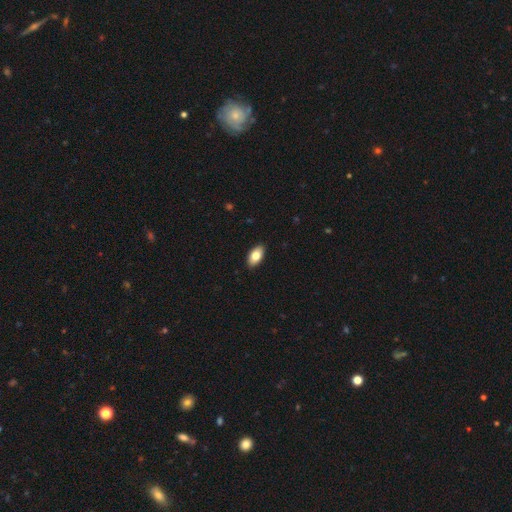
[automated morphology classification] Overall: smooth (80%). How rounded: in between (93%). Merging: none (90%).